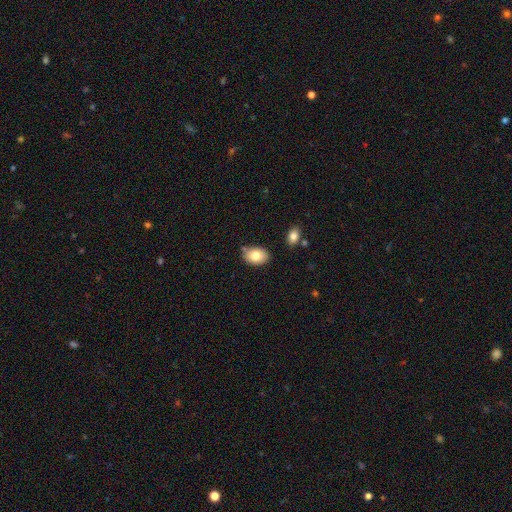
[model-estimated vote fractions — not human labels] Q: Smooth or featured?
A: smooth (81%); runner-up: featured or disk (12%)
Q: How rounded?
A: in between (83%); runner-up: round (16%)
Q: Merging?
A: none (77%); runner-up: minor disturbance (15%)